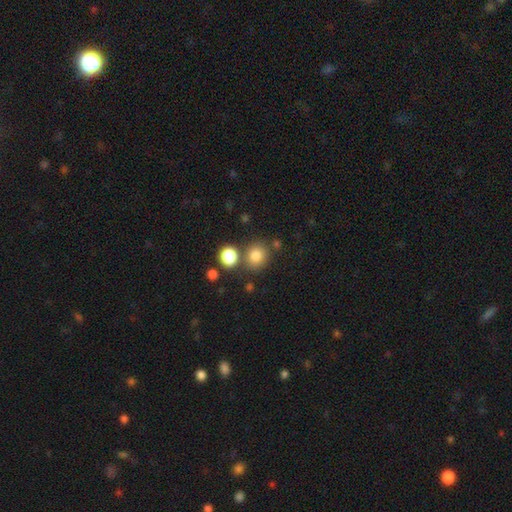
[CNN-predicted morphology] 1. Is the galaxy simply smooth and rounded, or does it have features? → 81% smooth, 13% star or artifact, 6% featured or disk.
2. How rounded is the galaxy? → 82% round, 17% in between, 1% cigar-shaped.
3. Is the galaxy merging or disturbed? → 75% none, 13% merger, 9% minor disturbance, 3% major disturbance.